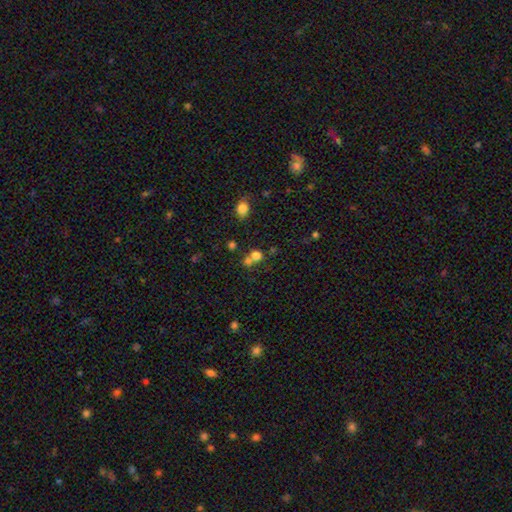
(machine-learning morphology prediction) Q: Smooth or featured?
A: smooth (74%); runner-up: star or artifact (16%)
Q: How rounded?
A: round (81%); runner-up: in between (18%)
Q: Merging?
A: merger (47%); runner-up: none (43%)